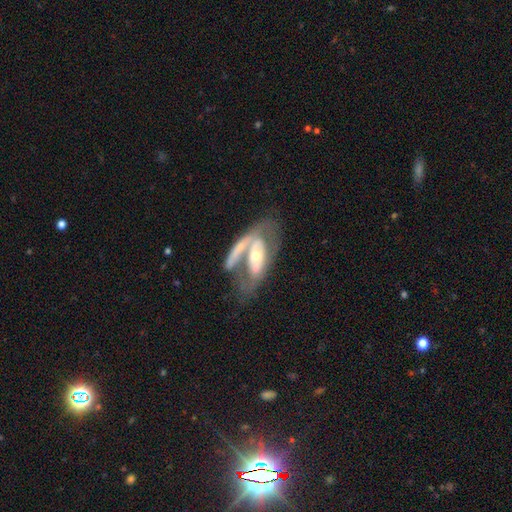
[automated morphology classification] This is likely a featured or disk galaxy (73%). It is clearly not viewed edge-on (86%). Bar: marginally no (37%). Spiral arm pattern: likely yes (67%). Central bulge: possibly moderate (48%). Merging: marginally none (35%).